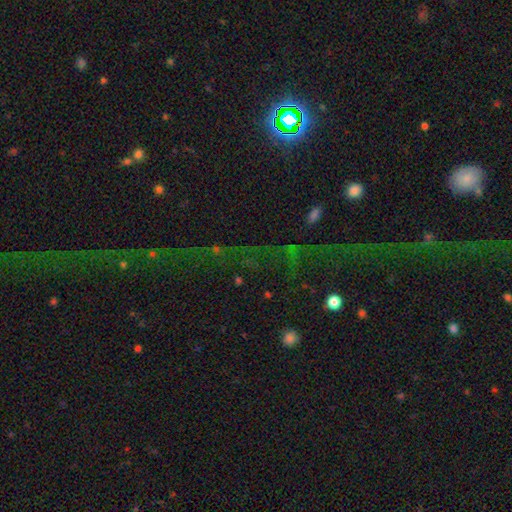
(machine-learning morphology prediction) smooth_or_featured: star or artifact (p=0.75) [alt: featured or disk p=0.13]